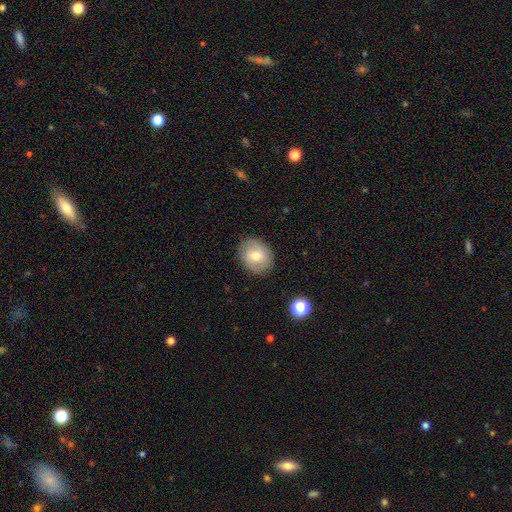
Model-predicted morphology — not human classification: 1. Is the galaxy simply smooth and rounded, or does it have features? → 63% smooth, 29% featured or disk, 9% star or artifact.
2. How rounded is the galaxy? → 57% round, 42% in between, 1% cigar-shaped.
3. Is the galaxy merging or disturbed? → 84% none, 11% minor disturbance, 3% major disturbance, 1% merger.